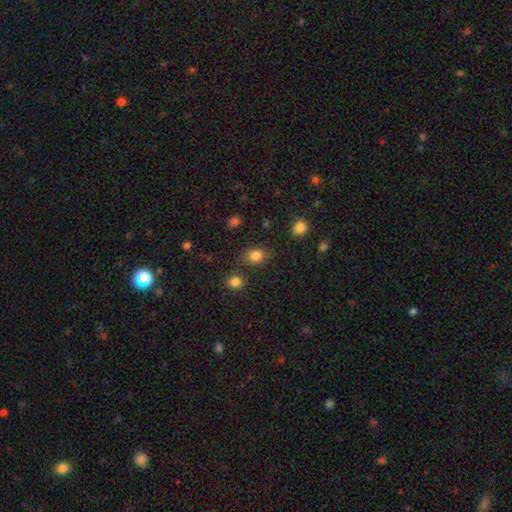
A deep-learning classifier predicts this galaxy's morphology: Smooth or featured? smooth (83%)
How rounded? round (50%)
Merging? none (75%)